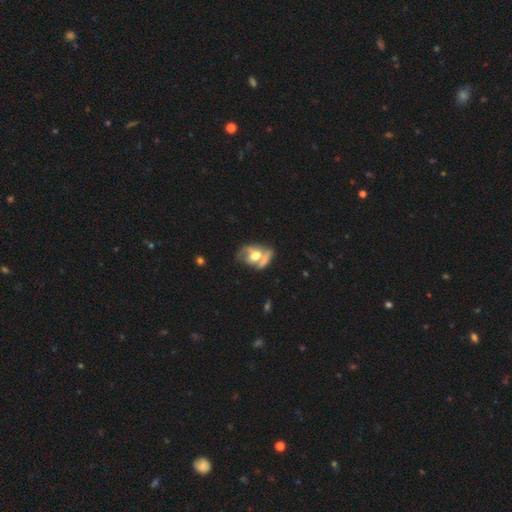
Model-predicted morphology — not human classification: Overall: featured or disk (57%; smooth 35%). Edge-on disk: no (90%). Bar: no (62%; weak 25%). Spiral arms: no (56%; yes 44%). Bulge size: moderate (58%; large 27%). Merging: none (31%; merger 29%).